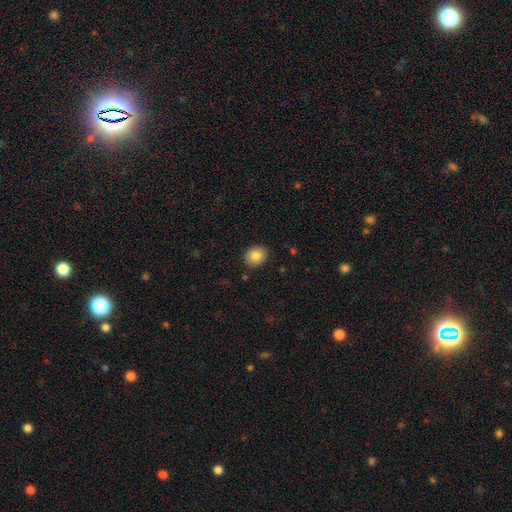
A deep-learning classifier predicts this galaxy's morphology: A smooth galaxy with no disk features (82%) that is round (70%).

Vote fractions:
- Smooth or featured? smooth: 82% / featured or disk: 9% / star or artifact: 8%
- How rounded? round: 70% / in between: 29% / cigar-shaped: 1%
- Merging? none: 89% / minor disturbance: 8% / major disturbance: 2% / merger: 1%